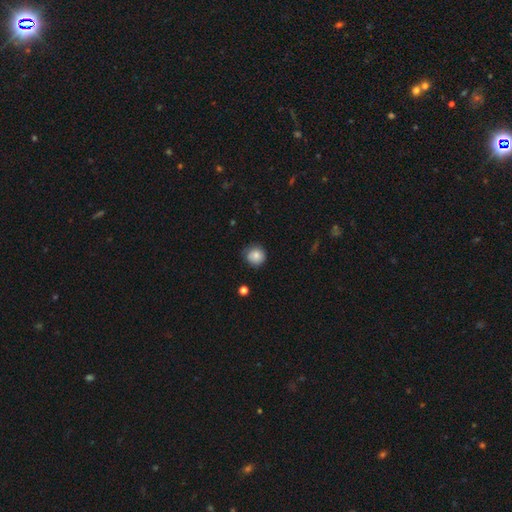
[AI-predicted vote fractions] The model was most divided on "merging": none: 77%, minor disturbance: 19%, major disturbance: 4%, merger: 1%. More confident: how rounded — round (91%); smooth or featured — smooth (81%).